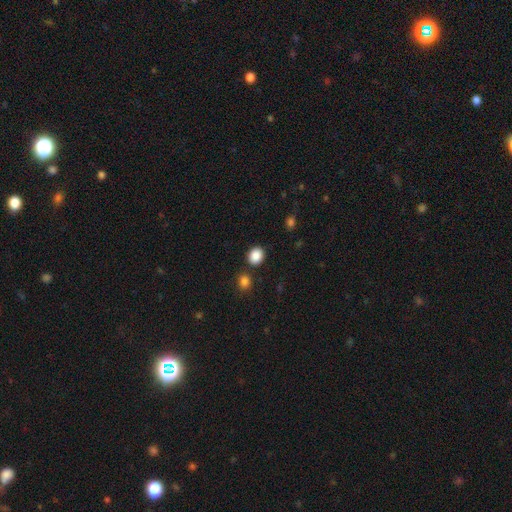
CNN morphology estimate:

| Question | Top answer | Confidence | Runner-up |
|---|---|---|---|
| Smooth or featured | smooth | 88% | star or artifact (9%) |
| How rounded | round | 67% | in between (32%) |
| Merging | none | 84% | minor disturbance (8%) |